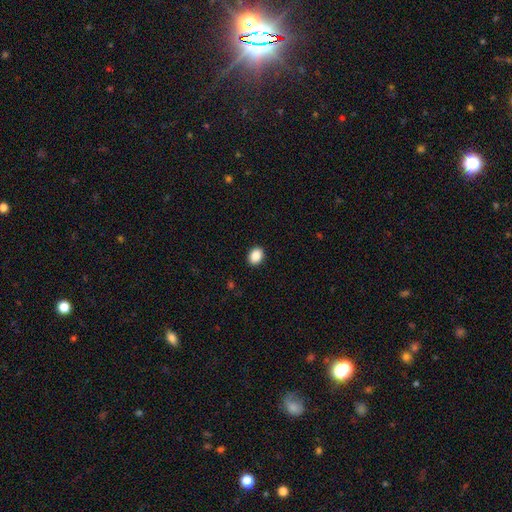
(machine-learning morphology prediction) A smooth galaxy with no disk features (89%) that is in between round and cigar-shaped (60%).

Vote fractions:
- Smooth or featured? smooth: 89% / star or artifact: 8% / featured or disk: 3%
- How rounded? in between: 60% / round: 39% / cigar-shaped: 1%
- Merging? none: 91% / minor disturbance: 6% / major disturbance: 2% / merger: 1%